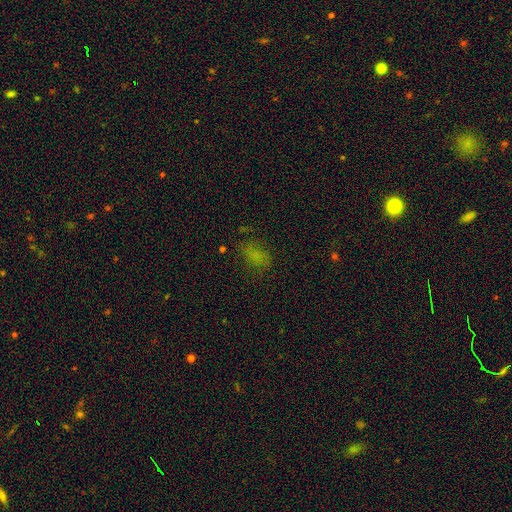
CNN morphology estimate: This is likely a smooth galaxy (65%). How rounded: clearly in between (82%). Merging: likely none (62%).